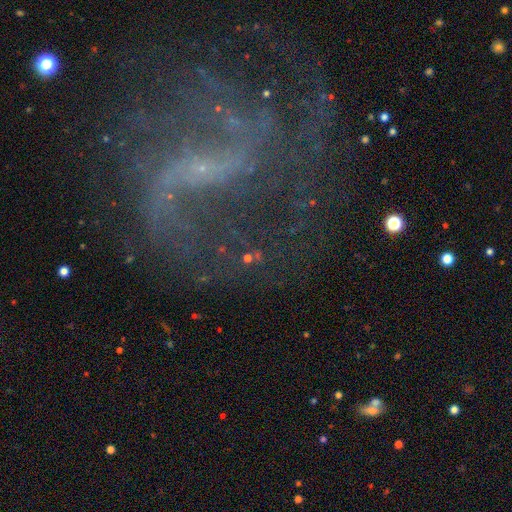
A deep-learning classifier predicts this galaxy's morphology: smooth_or_featured: featured or disk (p=0.84) [alt: star or artifact p=0.11]
disk_edge_on: no (p=0.97) [alt: yes p=0.03]
bar: weak (p=0.45) [alt: no p=0.30]
has_spiral_arms: yes (p=0.93) [alt: no p=0.07]
spiral_winding: loose (p=0.55) [alt: medium p=0.35]
spiral_arm_count: 2 (p=0.69) [alt: can't tell p=0.10]
bulge_size: small (p=0.72) [alt: none p=0.20]
merging: none (p=0.58) [alt: major disturbance p=0.22]